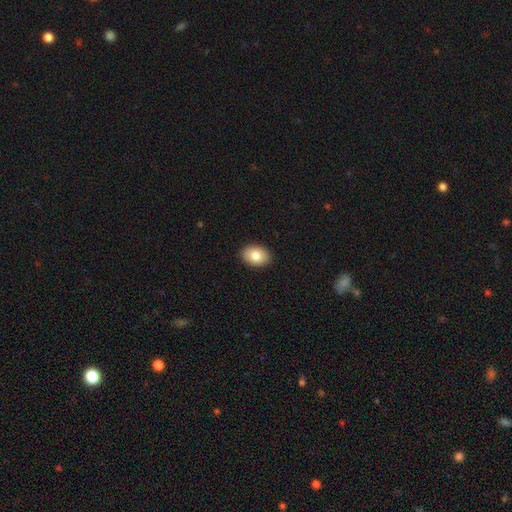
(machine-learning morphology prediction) Smooth or featured: smooth — 84% (featured or disk — 9%)
How rounded: in between — 78% (round — 21%)
Merging: none — 91% (minor disturbance — 7%)